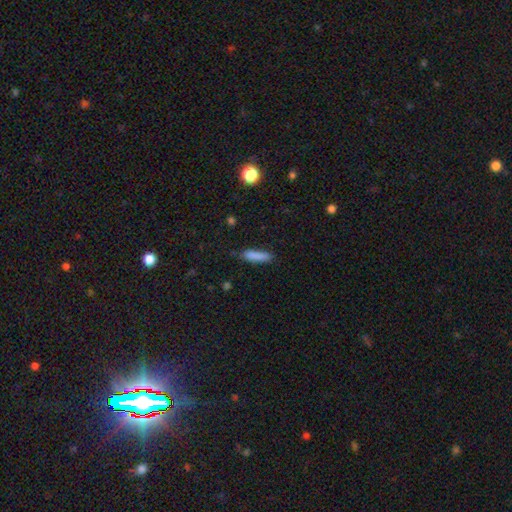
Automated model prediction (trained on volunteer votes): This is clearly a smooth galaxy (85%). How rounded: likely cigar-shaped (72%). Merging: likely none (79%).